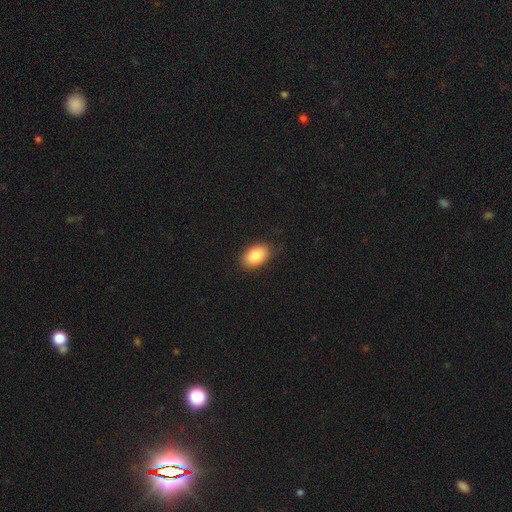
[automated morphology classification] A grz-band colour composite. It shows a smooth galaxy with no disk features (85%) that is in between round and cigar-shaped (90%). Merging: none (85%).